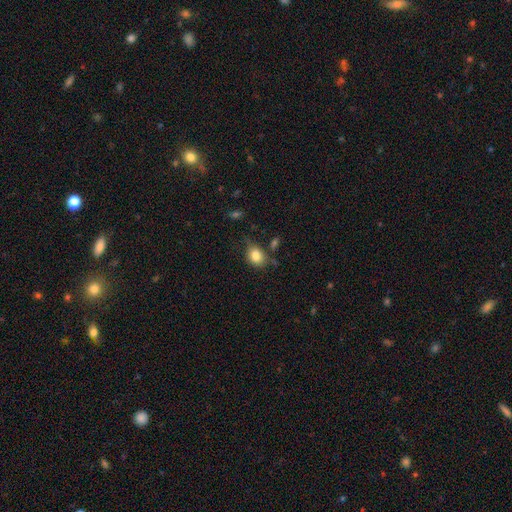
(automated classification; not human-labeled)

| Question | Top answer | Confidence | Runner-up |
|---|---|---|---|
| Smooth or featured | smooth | 83% | star or artifact (9%) |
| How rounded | in between | 60% | round (39%) |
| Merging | none | 60% | minor disturbance (26%) |